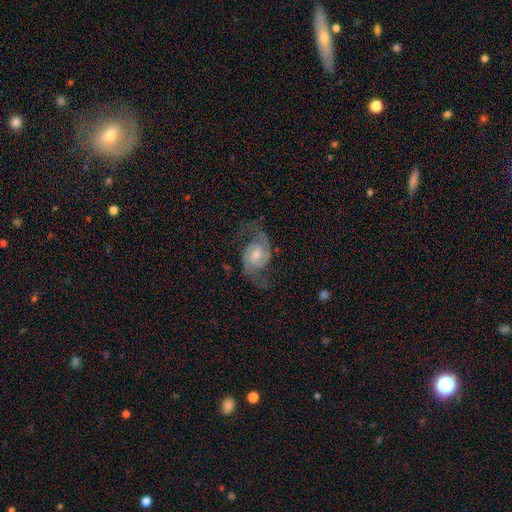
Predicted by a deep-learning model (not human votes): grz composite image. It shows a featured or disk galaxy (87%) with no bar (50%), 2 (92%) medium (51%) spiral arms (97%) and a moderate central bulge (55%). Merging: none (72%).